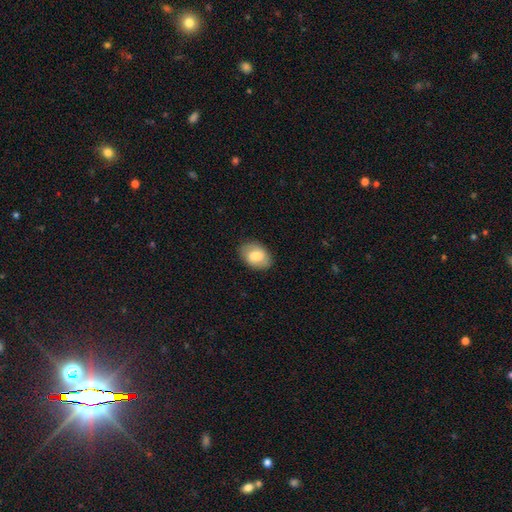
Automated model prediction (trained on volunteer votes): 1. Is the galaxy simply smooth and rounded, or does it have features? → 73% smooth, 20% featured or disk, 7% star or artifact.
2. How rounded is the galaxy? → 85% in between, 14% round, 1% cigar-shaped.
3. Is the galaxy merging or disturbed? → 82% none, 13% minor disturbance, 3% major disturbance, 1% merger.